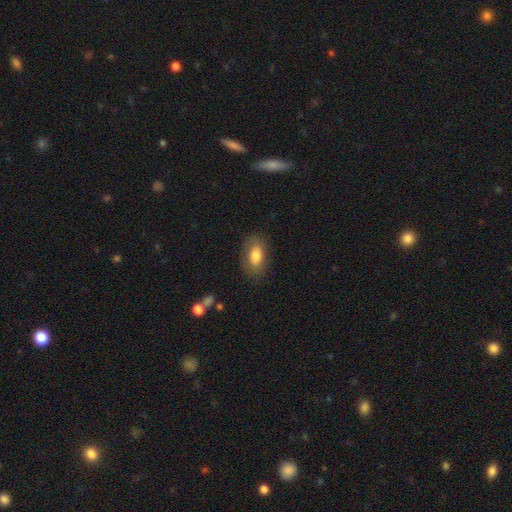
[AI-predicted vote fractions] Morphology: type=smooth (78%); roundness=in between (89%); merging=none (81%).